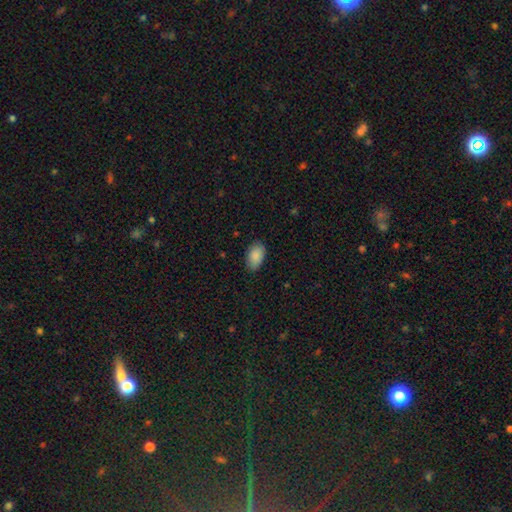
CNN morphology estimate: Overall: smooth (89%). How rounded: in between (93%). Merging: none (83%).